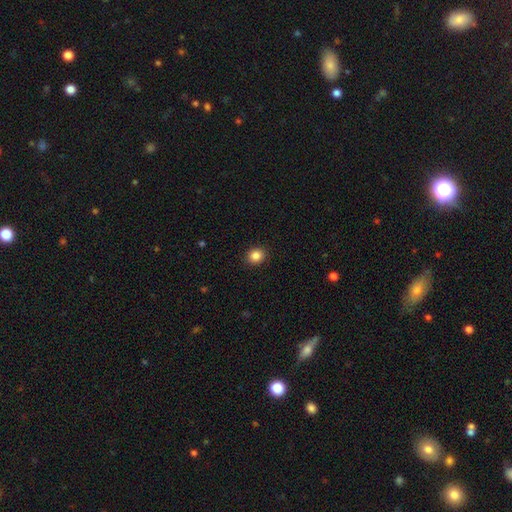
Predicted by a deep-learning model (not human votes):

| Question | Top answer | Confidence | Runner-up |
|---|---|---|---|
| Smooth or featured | smooth | 86% | star or artifact (10%) |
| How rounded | round | 79% | in between (20%) |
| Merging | none | 91% | minor disturbance (6%) |